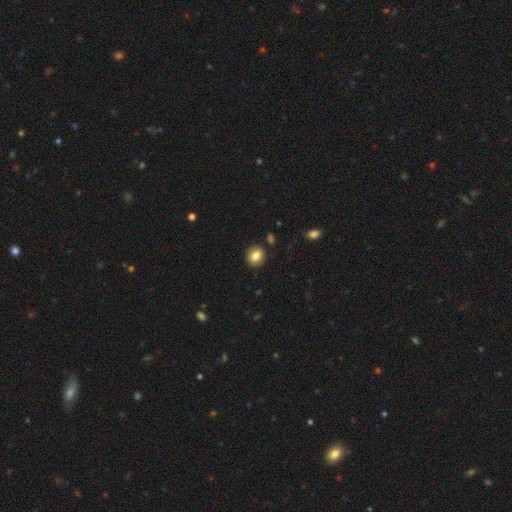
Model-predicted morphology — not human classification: Q: Smooth or featured?
A: smooth (83%); runner-up: star or artifact (9%)
Q: How rounded?
A: round (69%); runner-up: in between (30%)
Q: Merging?
A: none (88%); runner-up: minor disturbance (8%)